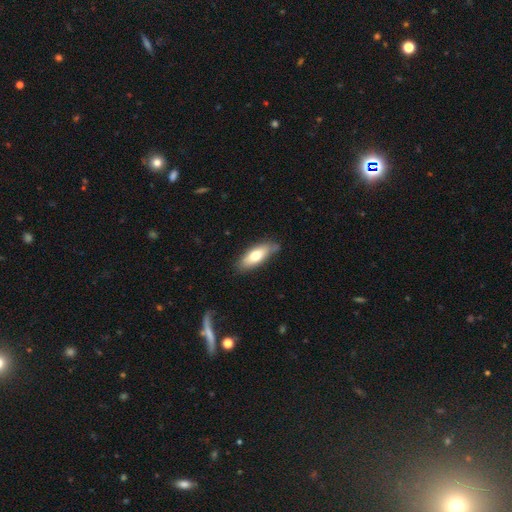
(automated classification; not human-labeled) smooth_or_featured: smooth (p=0.68) [alt: featured or disk p=0.26]
how_rounded: in between (p=0.69) [alt: cigar-shaped p=0.28]
merging: none (p=0.77) [alt: minor disturbance p=0.18]